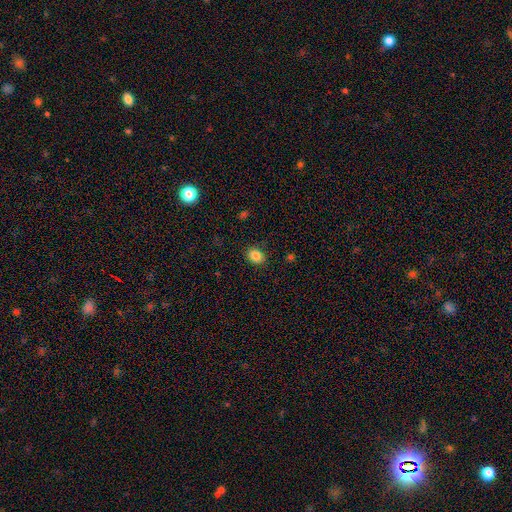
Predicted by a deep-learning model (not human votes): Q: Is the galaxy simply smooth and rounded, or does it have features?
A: smooth — 85%.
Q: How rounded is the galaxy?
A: in between — 53%.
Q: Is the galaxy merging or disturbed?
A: none — 87%.